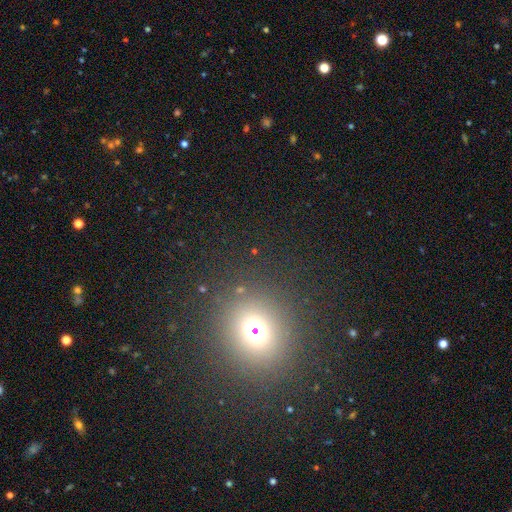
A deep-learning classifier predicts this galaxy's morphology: smooth-or-featured: smooth: 59% | star or artifact: 32% | featured or disk: 9%
  how-rounded: round: 79% | in between: 20% | cigar-shaped: 2%
  merging: none: 91% | minor disturbance: 5% | major disturbance: 3% | merger: 1%